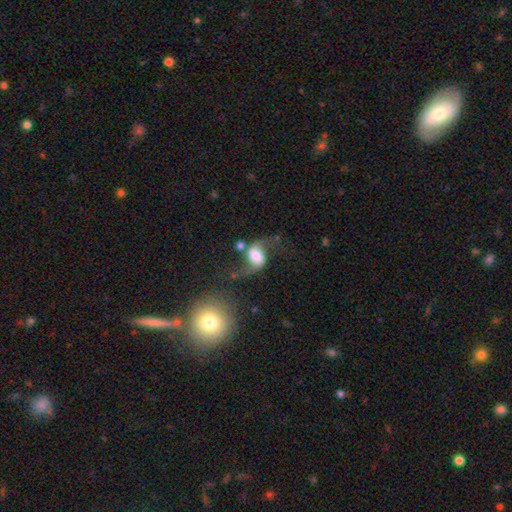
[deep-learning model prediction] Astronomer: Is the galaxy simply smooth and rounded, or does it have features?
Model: featured or disk — 76%.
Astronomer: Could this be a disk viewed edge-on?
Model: no — 97%.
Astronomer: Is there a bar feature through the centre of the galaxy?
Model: no — 40% (runner-up: weak, 39%).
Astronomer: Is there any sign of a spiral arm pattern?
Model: yes — 93%.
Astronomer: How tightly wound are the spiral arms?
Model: loose — 84%.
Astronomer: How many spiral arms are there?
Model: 2 — 92%.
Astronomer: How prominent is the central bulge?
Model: large — 38% (runner-up: moderate, 29%).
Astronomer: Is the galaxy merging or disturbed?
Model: none — 51%.